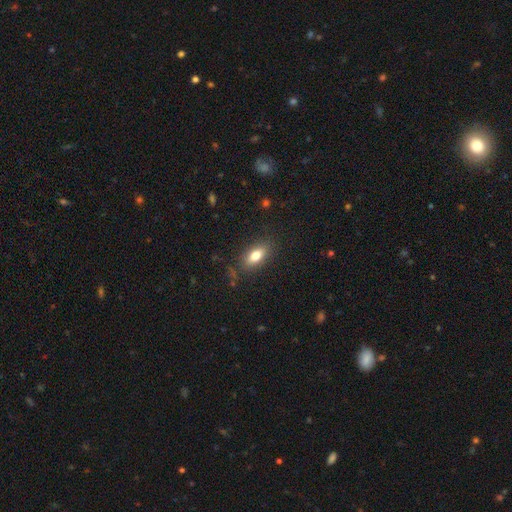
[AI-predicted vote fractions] smooth_or_featured: smooth (p=0.77) [alt: featured or disk p=0.14]
how_rounded: in between (p=0.83) [alt: cigar-shaped p=0.11]
merging: none (p=0.83) [alt: minor disturbance p=0.12]